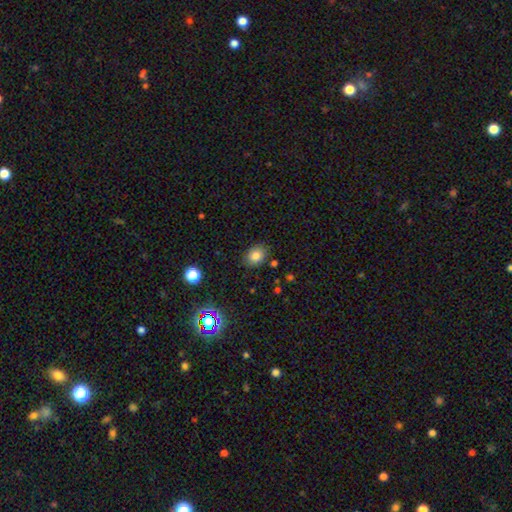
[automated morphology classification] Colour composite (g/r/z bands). It shows a smooth galaxy with no disk features (82%) that is in between round and cigar-shaped (61%). Merging: none (83%).